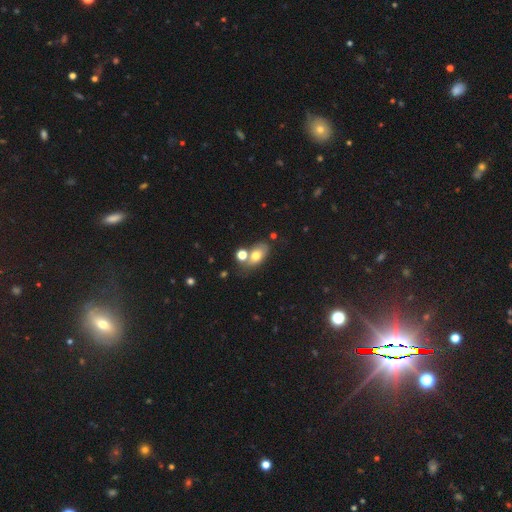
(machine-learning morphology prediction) The model was most divided on "merging": none: 54%, merger: 25%, minor disturbance: 15%, major disturbance: 6%. More confident: how rounded — in between (83%); smooth or featured — smooth (70%).